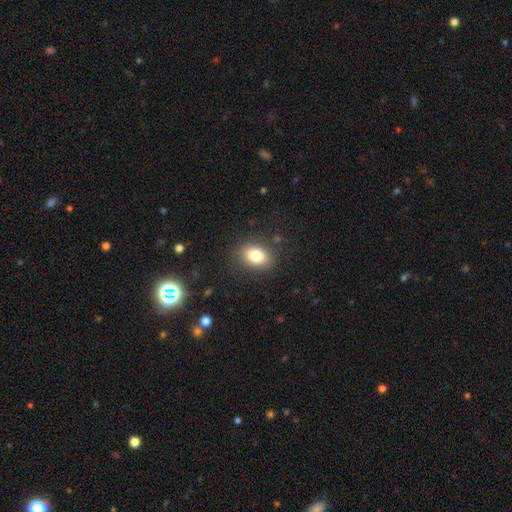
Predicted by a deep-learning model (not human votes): smooth_or_featured: smooth (p=0.81) [alt: featured or disk p=0.10]
how_rounded: in between (p=0.76) [alt: round p=0.23]
merging: none (p=0.85) [alt: minor disturbance p=0.10]